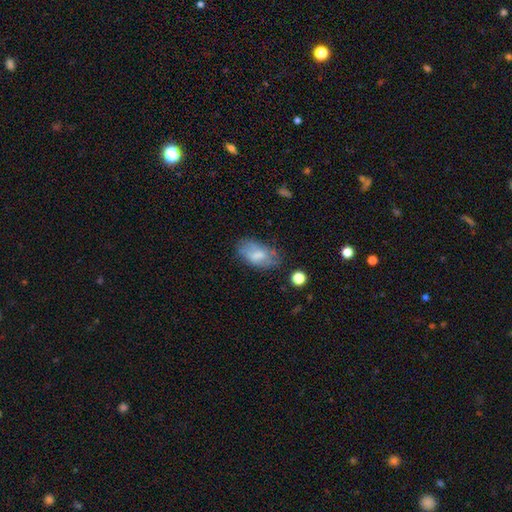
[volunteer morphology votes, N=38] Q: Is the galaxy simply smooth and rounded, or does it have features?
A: smooth — 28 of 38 (74%).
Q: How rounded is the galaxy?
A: in between — 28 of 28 (100%).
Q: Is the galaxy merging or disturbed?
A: none — 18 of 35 (51%).